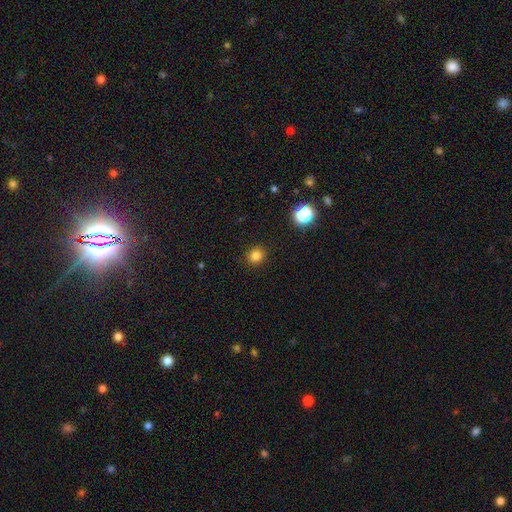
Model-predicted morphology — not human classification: Smooth or featured? Predicted: smooth (p=0.81). How rounded? Predicted: round (p=0.83). Merging? Predicted: none (p=0.90).